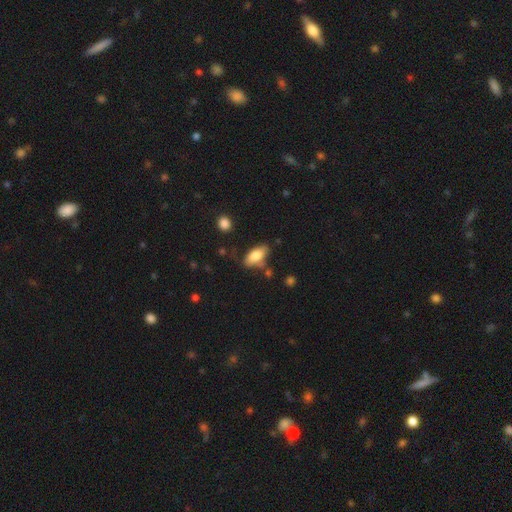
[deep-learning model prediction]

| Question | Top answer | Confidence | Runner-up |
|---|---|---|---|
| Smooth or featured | smooth | 78% | featured or disk (15%) |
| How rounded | in between | 87% | cigar-shaped (10%) |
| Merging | none | 64% | minor disturbance (23%) |